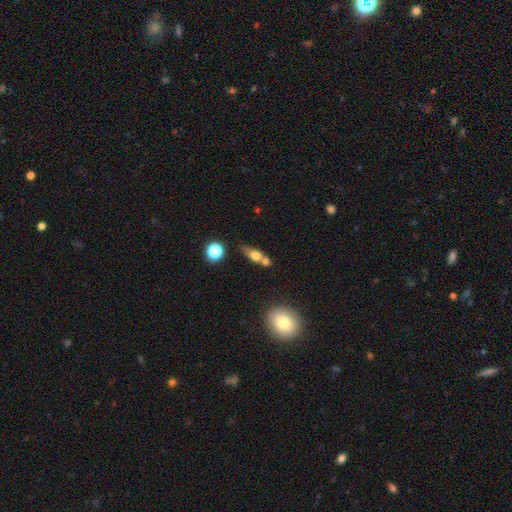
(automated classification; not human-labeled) Smooth or featured? smooth (60%)
How rounded? in between (51%)
Merging? none (47%)